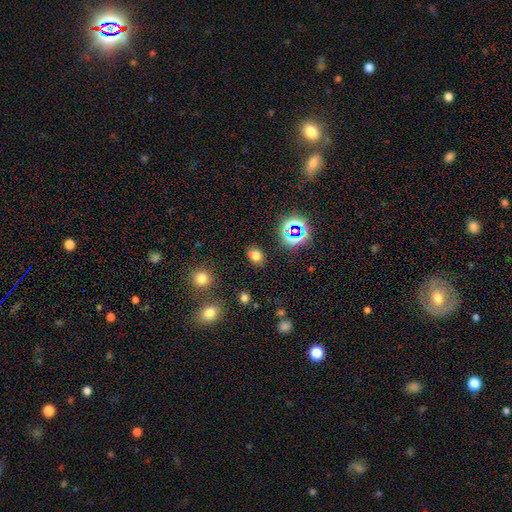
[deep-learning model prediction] This appears to be a smooth galaxy with no disk features (71%) that is in between round and cigar-shaped (68%). Merging: none (83%).